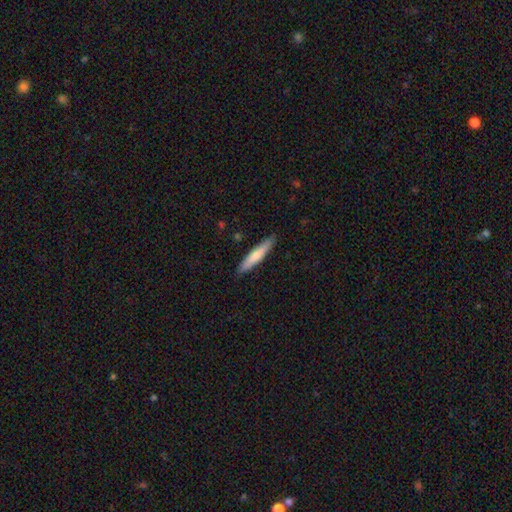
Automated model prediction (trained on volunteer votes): Smooth or featured?
  - smooth: 69% *
  - featured or disk: 26%
  - star or artifact: 5%
How rounded?
  - cigar-shaped: 90% *
  - in between: 9%
  - round: 1%
Merging?
  - none: 88% *
  - minor disturbance: 9%
  - major disturbance: 2%
  - merger: 1%